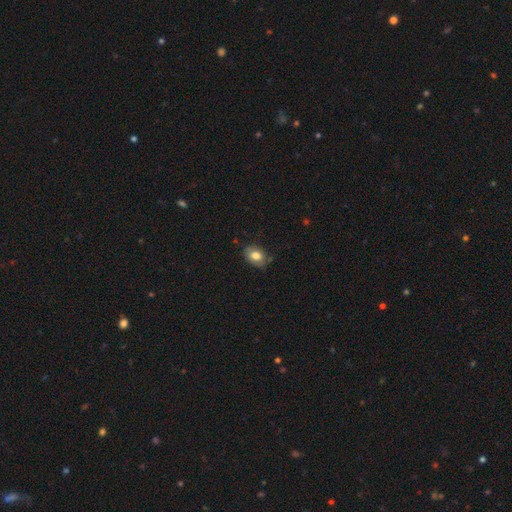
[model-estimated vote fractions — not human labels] Smooth or featured?
  - smooth: 77% *
  - featured or disk: 15%
  - star or artifact: 8%
How rounded?
  - in between: 76% *
  - round: 23%
  - cigar-shaped: 1%
Merging?
  - none: 71% *
  - minor disturbance: 23%
  - major disturbance: 5%
  - merger: 2%